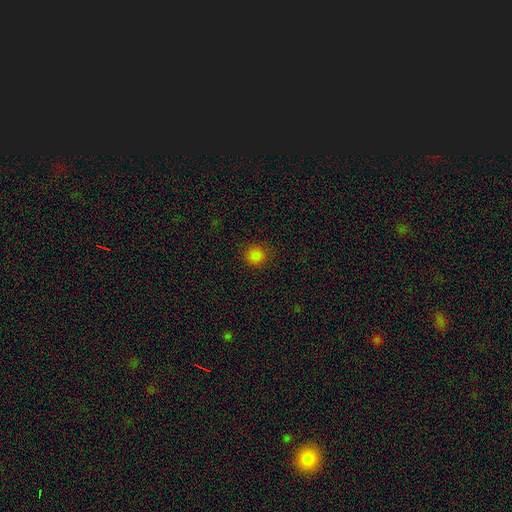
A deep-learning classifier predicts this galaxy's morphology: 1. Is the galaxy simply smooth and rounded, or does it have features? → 83% smooth, 14% star or artifact, 3% featured or disk.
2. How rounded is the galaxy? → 90% round, 10% in between, 1% cigar-shaped.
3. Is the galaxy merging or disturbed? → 87% none, 9% minor disturbance, 3% major disturbance, 1% merger.